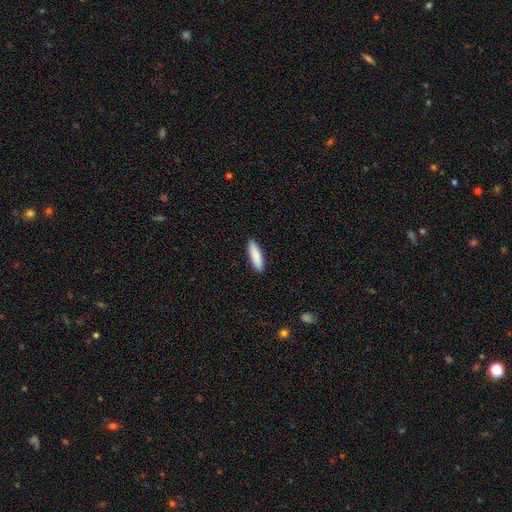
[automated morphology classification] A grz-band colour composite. It shows a smooth galaxy with no disk features (88%) that is cigar-shaped (71%). Merging: none (91%).